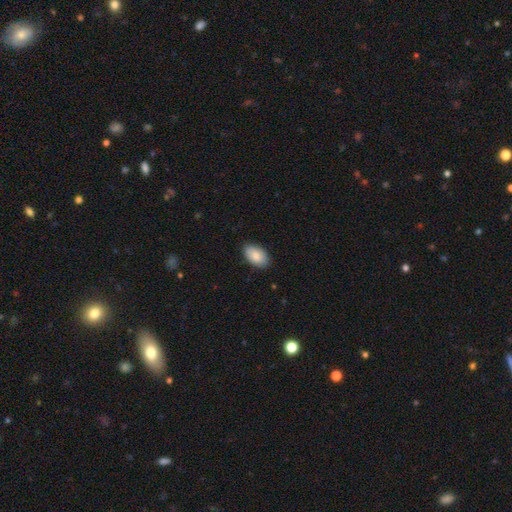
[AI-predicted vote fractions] smooth-or-featured: smooth: 87% | featured or disk: 7% | star or artifact: 6%
  how-rounded: in between: 94% | round: 4% | cigar-shaped: 1%
  merging: none: 86% | minor disturbance: 11% | major disturbance: 2% | merger: 1%